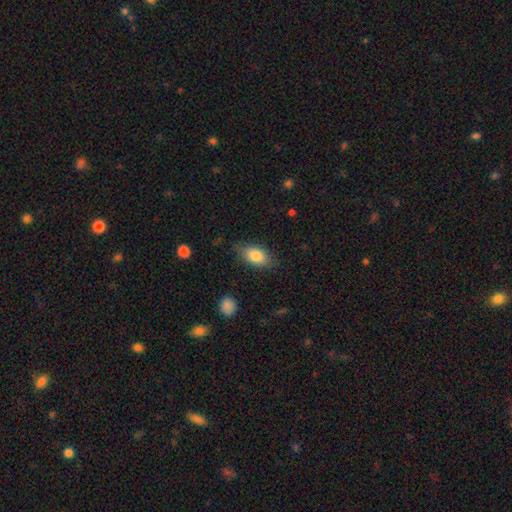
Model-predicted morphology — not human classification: smooth-or-featured: smooth: 82% | featured or disk: 11% | star or artifact: 7%
  how-rounded: in between: 89% | round: 6% | cigar-shaped: 5%
  merging: none: 77% | minor disturbance: 18% | major disturbance: 4% | merger: 1%